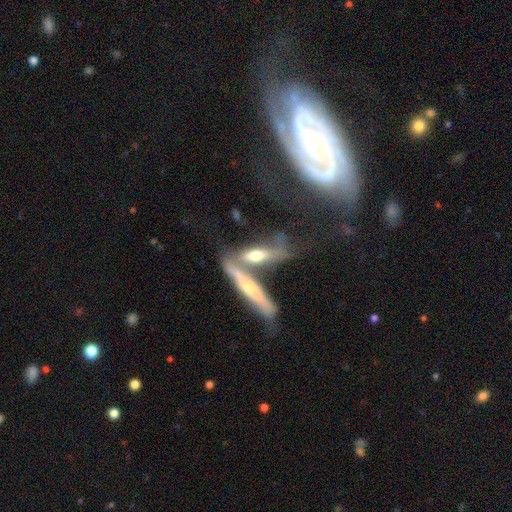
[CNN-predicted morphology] featured or disk 53%, smooth 39%, star or artifact 7%. Down the decision tree: edge-on disk — yes (75%); merging — merger (53%).